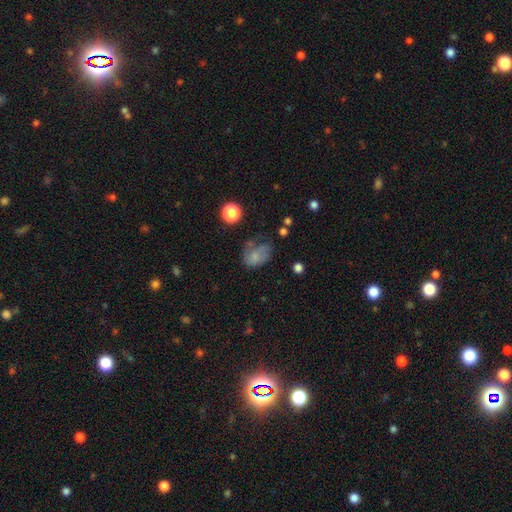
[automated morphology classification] The model was most divided on "merging": none: 36%, minor disturbance: 29%, major disturbance: 26%, merger: 9%. More confident: how rounded — in between (74%); smooth or featured — smooth (69%).